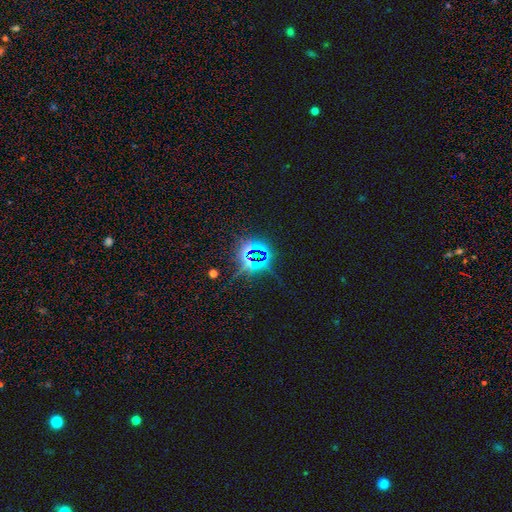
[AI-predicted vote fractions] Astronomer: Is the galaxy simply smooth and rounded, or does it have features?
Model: star or artifact — 79%.